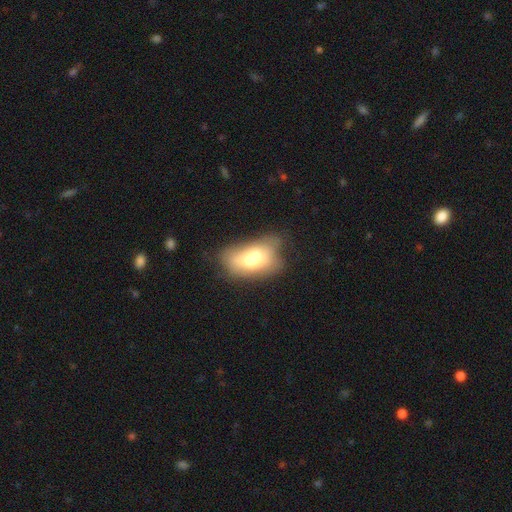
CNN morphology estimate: Smooth or featured?
  - smooth: 60% *
  - featured or disk: 31%
  - star or artifact: 9%
How rounded?
  - in between: 88% *
  - round: 8%
  - cigar-shaped: 4%
Merging?
  - merger: 30% *
  - none: 29%
  - minor disturbance: 23%
  - major disturbance: 18%